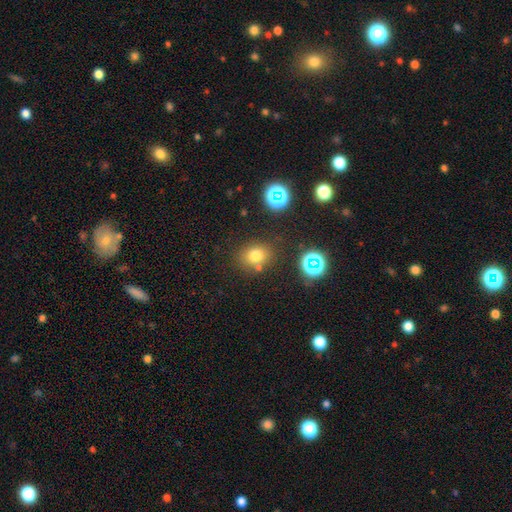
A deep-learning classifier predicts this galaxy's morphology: smooth_or_featured: smooth (p=0.73) [alt: star or artifact p=0.18]
how_rounded: round (p=0.60) [alt: in between p=0.39]
merging: none (p=0.75) [alt: minor disturbance p=0.12]